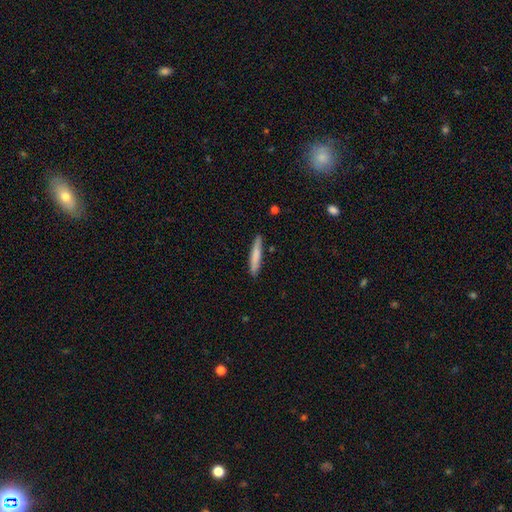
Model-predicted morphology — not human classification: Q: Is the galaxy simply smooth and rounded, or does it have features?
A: smooth — 74%.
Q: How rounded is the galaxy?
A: cigar-shaped — 93%.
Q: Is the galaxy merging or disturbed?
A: none — 86%.